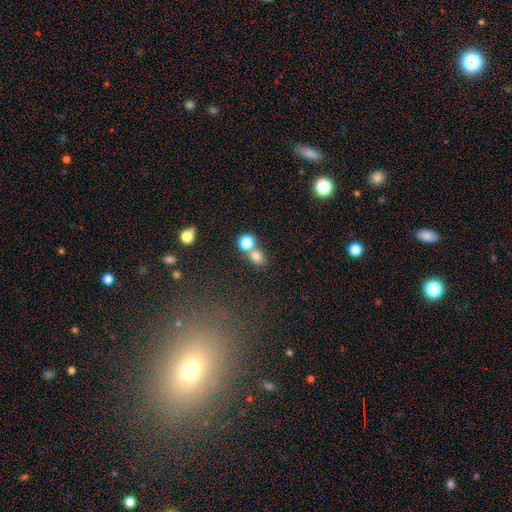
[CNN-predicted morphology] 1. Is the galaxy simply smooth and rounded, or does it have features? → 76% smooth, 14% star or artifact, 10% featured or disk.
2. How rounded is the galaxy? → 52% round, 46% in between, 2% cigar-shaped.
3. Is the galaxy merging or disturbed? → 46% none, 42% merger, 8% minor disturbance, 4% major disturbance.